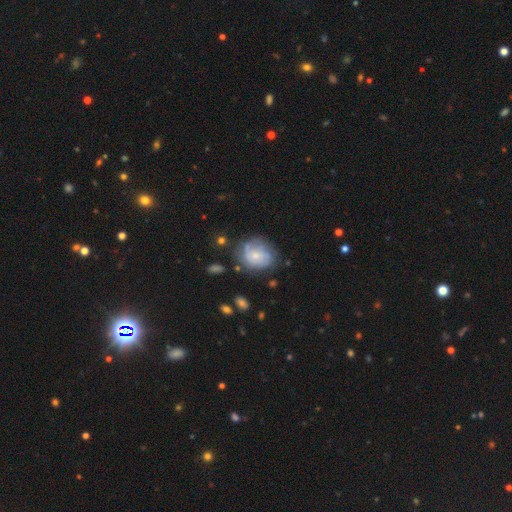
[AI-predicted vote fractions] Smooth or featured? featured or disk (54%)
Edge-on disk? no (97%)
Bar? no (77%)
Spiral arms? yes (77%)
Bulge size? small (66%)
Merging? none (59%)